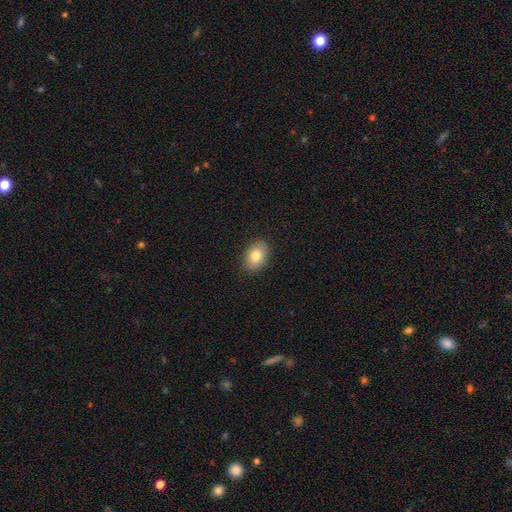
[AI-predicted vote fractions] Smooth or featured? Predicted: smooth (p=0.80). How rounded? Predicted: in between (p=0.80). Merging? Predicted: none (p=0.87).